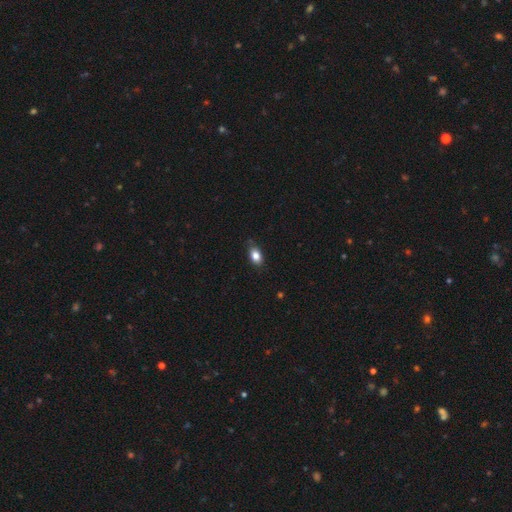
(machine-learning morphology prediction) type=smooth (84%); roundness=in between (84%); merging=none (79%).